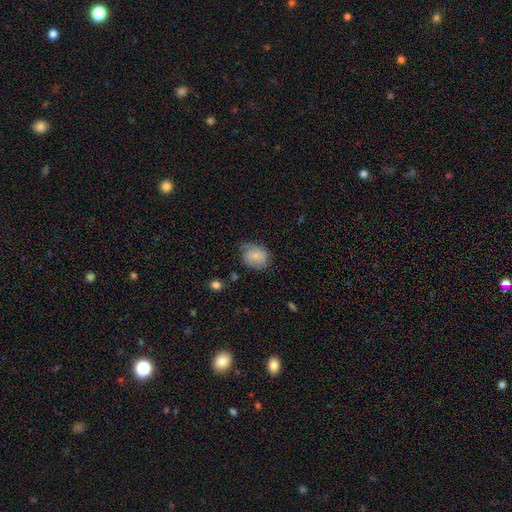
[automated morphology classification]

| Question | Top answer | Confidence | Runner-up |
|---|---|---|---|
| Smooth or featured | smooth | 70% | featured or disk (23%) |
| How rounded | in between | 52% | round (47%) |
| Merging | none | 61% | minor disturbance (29%) |